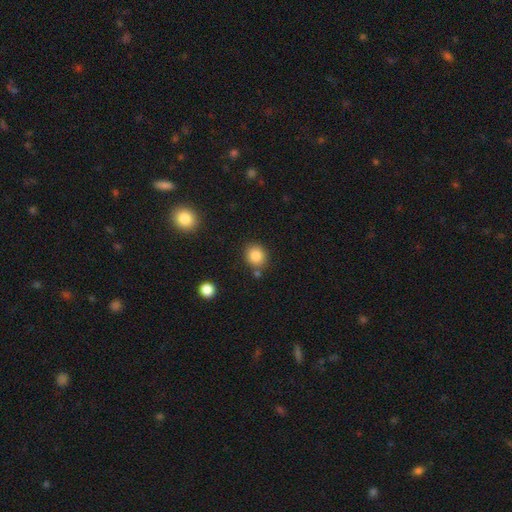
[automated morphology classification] smooth-or-featured: smooth: 86% | star or artifact: 9% | featured or disk: 5%
  how-rounded: round: 75% | in between: 24% | cigar-shaped: 1%
  merging: none: 81% | minor disturbance: 10% | merger: 6% | major disturbance: 3%